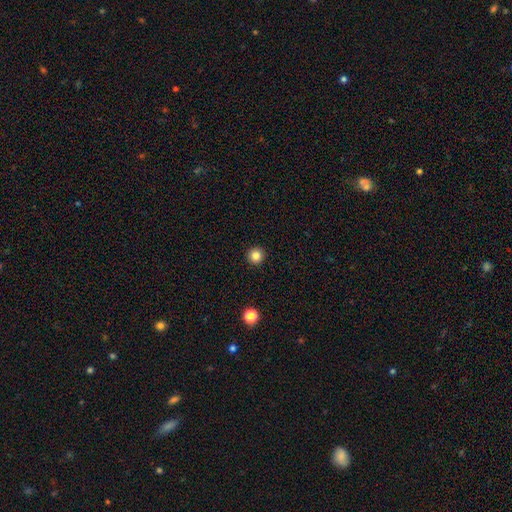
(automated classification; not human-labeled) smooth-or-featured: smooth: 83% | star or artifact: 12% | featured or disk: 5%
  how-rounded: round: 96% | in between: 3% | cigar-shaped: 1%
  merging: none: 94% | minor disturbance: 4% | major disturbance: 1% | merger: 1%